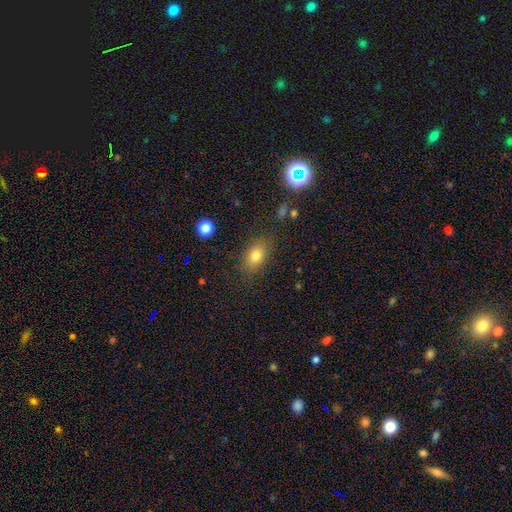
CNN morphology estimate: A smooth galaxy with no disk features (79%) that is in between round and cigar-shaped (77%). Merging: none (82%).